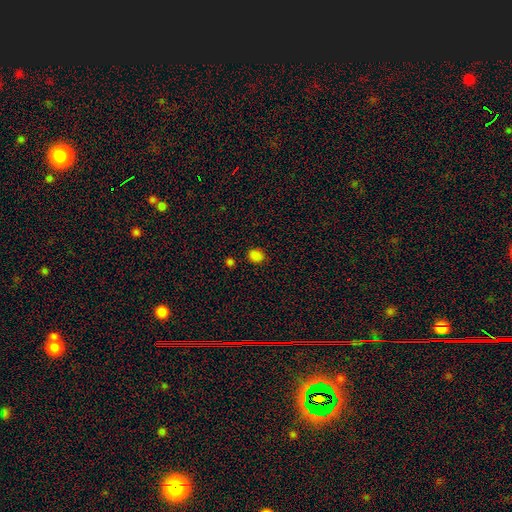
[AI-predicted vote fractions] smooth_or_featured: smooth (p=0.82) [alt: star or artifact p=0.15]
how_rounded: round (p=0.64) [alt: in between p=0.35]
merging: none (p=0.84) [alt: minor disturbance p=0.10]